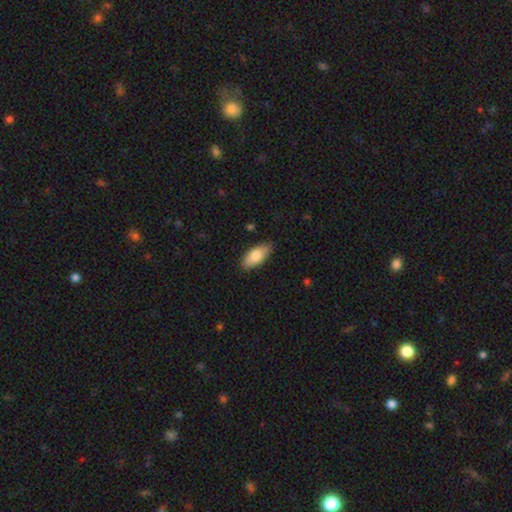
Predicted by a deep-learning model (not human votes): Overall: smooth (82%). How rounded: in between (88%). Merging: none (85%).